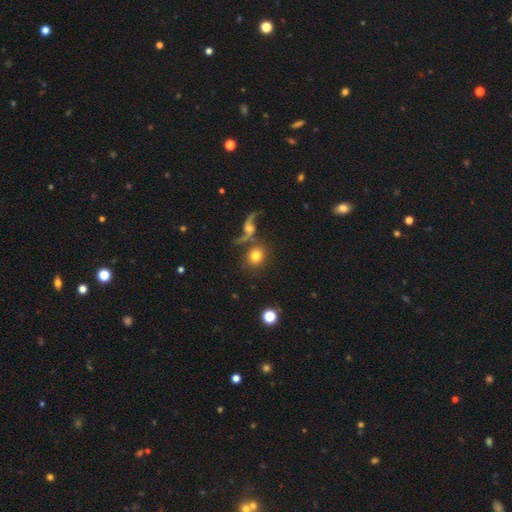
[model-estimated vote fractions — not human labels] A smooth galaxy with no disk features (73%) that is round (83%). Merging: none (68%).